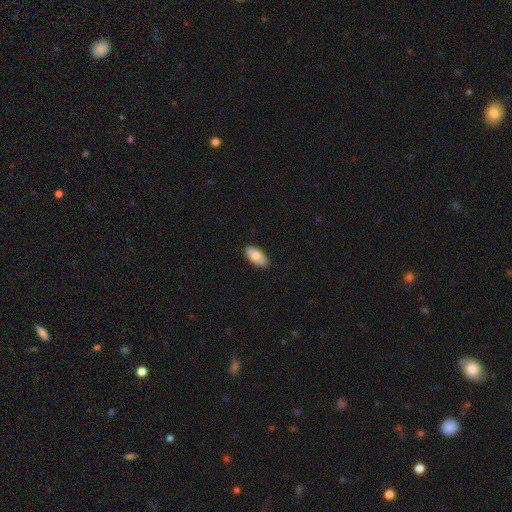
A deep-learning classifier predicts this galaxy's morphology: This is likely a smooth galaxy (75%). How rounded: clearly in between (94%). Merging: clearly none (88%).